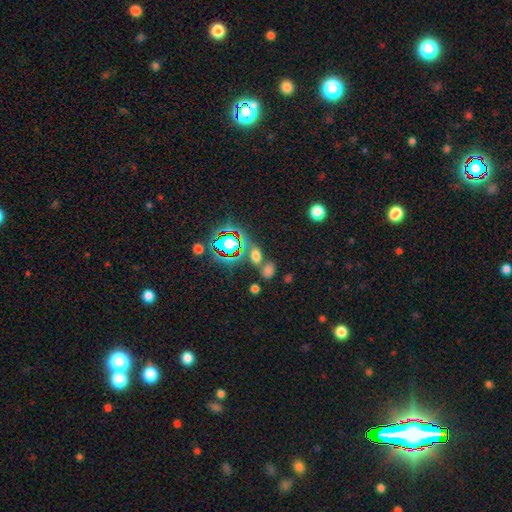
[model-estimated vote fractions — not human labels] Overall: smooth (56%; star or artifact 34%). How rounded: in between (67%; round 28%). Merging: none (61%; merger 22%).